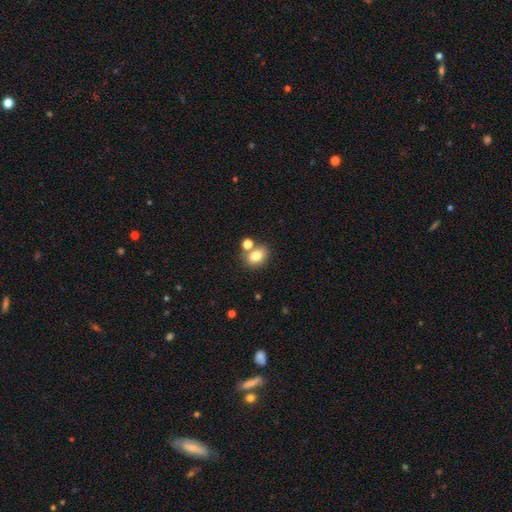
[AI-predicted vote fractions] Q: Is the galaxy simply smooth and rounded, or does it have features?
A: smooth — 79%.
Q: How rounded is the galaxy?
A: in between — 56%.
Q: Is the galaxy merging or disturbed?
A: none — 61%.